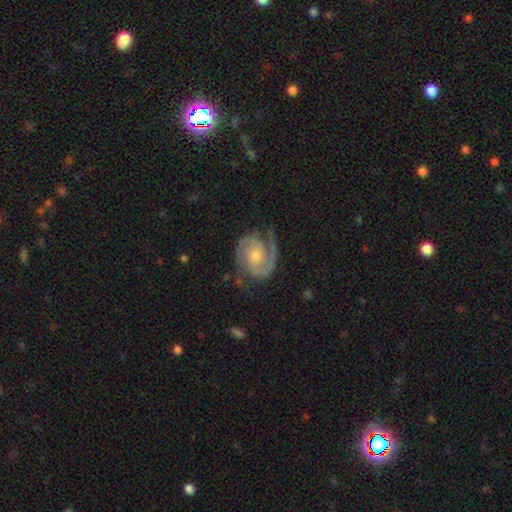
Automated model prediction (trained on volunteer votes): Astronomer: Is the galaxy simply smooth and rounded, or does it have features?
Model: featured or disk — 89%.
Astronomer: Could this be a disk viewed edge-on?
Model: no — 98%.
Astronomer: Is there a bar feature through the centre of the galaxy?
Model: no — 61%.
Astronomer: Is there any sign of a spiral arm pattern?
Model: yes — 98%.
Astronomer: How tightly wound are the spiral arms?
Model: medium — 46% (runner-up: tight, 44%).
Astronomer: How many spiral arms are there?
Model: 2 — 89%.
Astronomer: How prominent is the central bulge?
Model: moderate — 53% (runner-up: small, 39%).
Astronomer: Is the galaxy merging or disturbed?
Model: none — 75%.